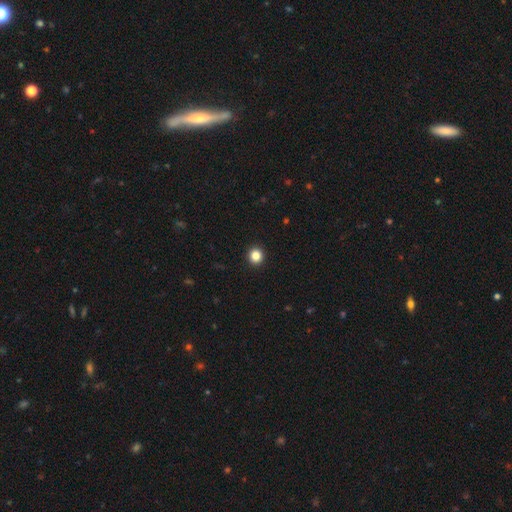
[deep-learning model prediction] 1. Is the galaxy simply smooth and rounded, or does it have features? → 85% smooth, 11% star or artifact, 4% featured or disk.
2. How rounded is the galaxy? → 91% round, 8% in between, 1% cigar-shaped.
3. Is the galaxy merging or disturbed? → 94% none, 4% minor disturbance, 1% major disturbance, 1% merger.